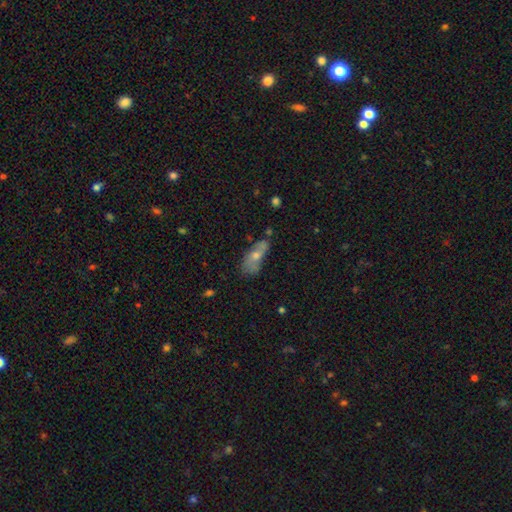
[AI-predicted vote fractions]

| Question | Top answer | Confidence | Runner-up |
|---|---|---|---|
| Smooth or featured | smooth | 56% | featured or disk (36%) |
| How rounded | in between | 71% | cigar-shaped (25%) |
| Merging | none | 50% | minor disturbance (28%) |